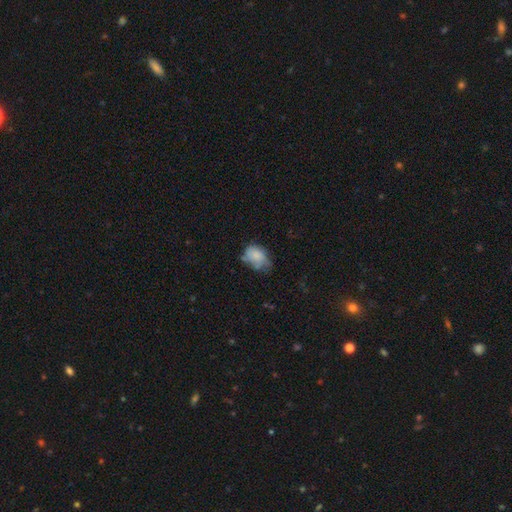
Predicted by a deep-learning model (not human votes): Morphology: type=smooth (71%); roundness=in between (75%); merging=none (38%, tied with minor disturbance).